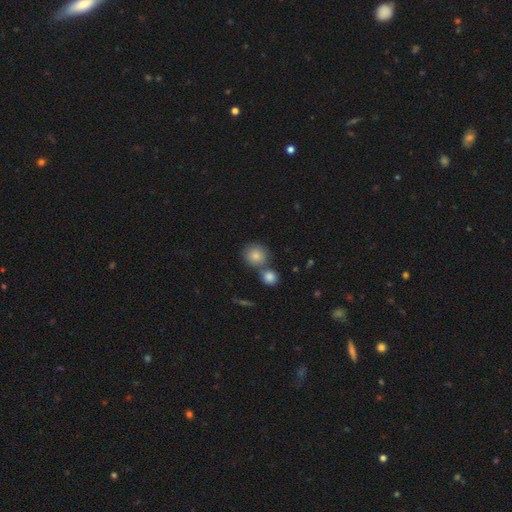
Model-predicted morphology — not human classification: smooth-or-featured: smooth: 83% | star or artifact: 9% | featured or disk: 8%
  how-rounded: round: 87% | in between: 12% | cigar-shaped: 1%
  merging: none: 57% | merger: 32% | minor disturbance: 8% | major disturbance: 3%